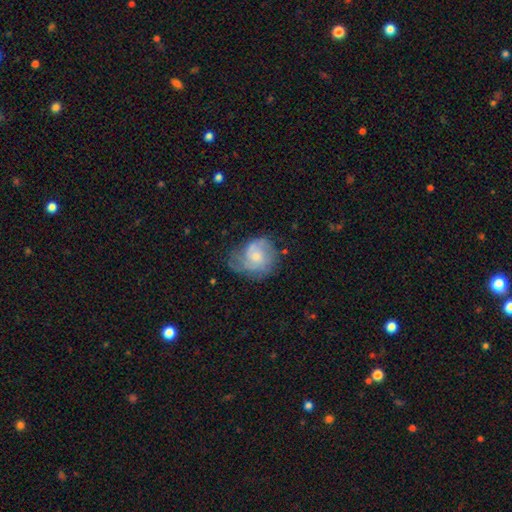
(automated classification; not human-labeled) The model was most divided on "bulge size": small: 46%, moderate: 42%, none: 6%, large: 5%, dominant: 1%. Remaining: edge-on disk — no (97%); spiral arms — yes (77%); bar — no (75%); smooth or featured — featured or disk (57%); merging — none (44%).